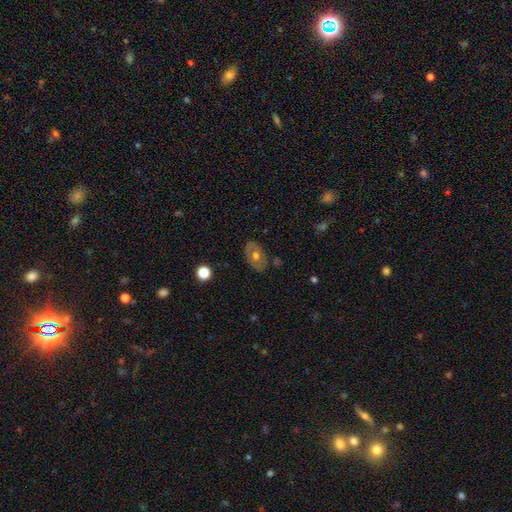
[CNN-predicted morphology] The model was most divided on "smooth or featured": featured or disk: 49%, smooth: 43%, star or artifact: 8%. More confident: merging — none (79%).